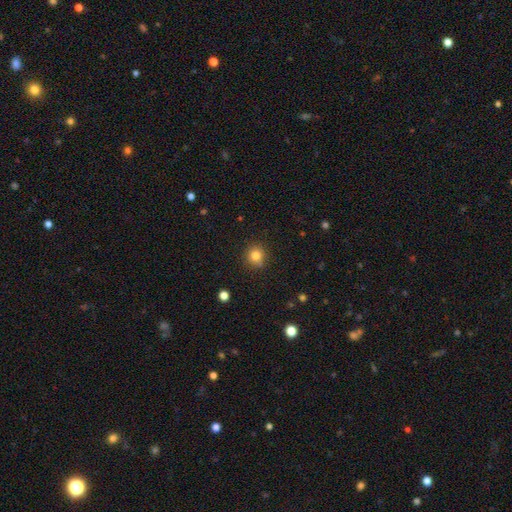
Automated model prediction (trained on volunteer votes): smooth-or-featured: smooth: 82% | star or artifact: 12% | featured or disk: 6%
  how-rounded: round: 90% | in between: 9% | cigar-shaped: 1%
  merging: none: 87% | minor disturbance: 8% | merger: 3% | major disturbance: 2%